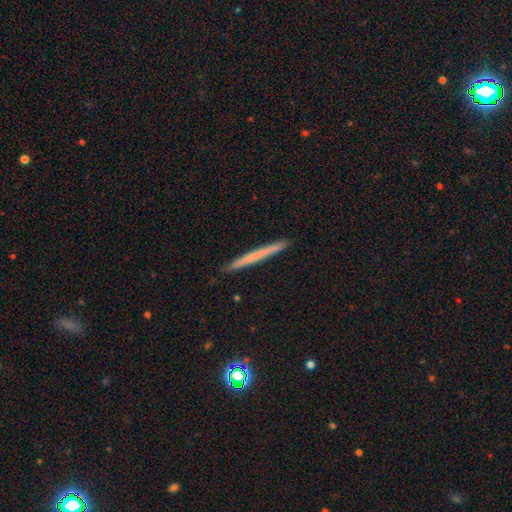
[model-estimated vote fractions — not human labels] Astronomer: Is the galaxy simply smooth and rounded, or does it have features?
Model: smooth — 55% (runner-up: featured or disk, 39%).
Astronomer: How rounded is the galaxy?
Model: cigar-shaped — 97%.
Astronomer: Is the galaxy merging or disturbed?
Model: none — 92%.